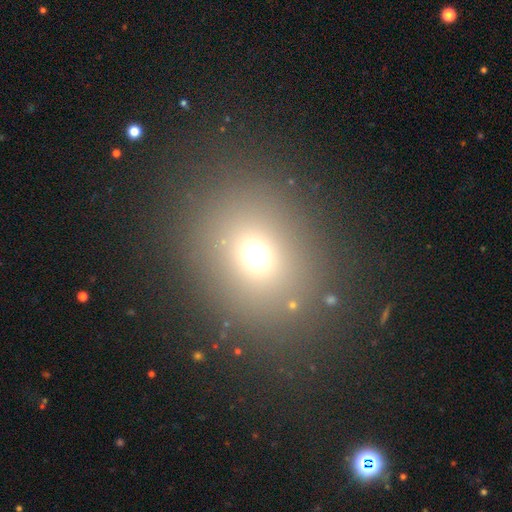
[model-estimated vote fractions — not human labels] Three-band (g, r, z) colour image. It shows a smooth galaxy with no disk features (68%) that is round (62%). Merging: none (84%).